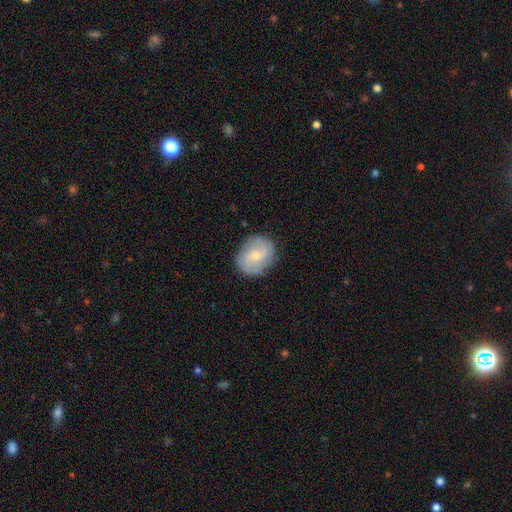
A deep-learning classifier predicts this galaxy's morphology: A featured or disk galaxy (48%). Merging: none (80%).